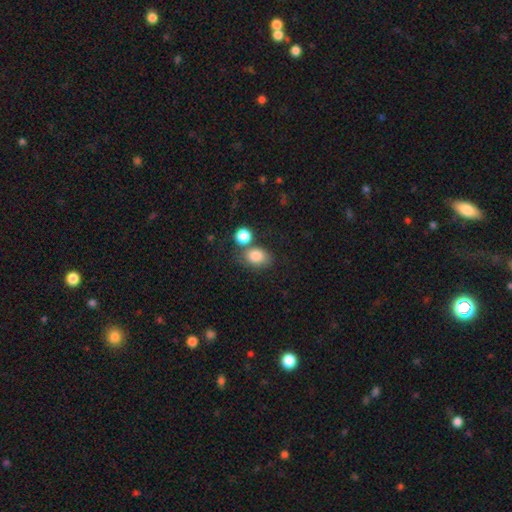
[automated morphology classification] smooth_or_featured: smooth (p=0.84) [alt: star or artifact p=0.09]
how_rounded: in between (p=0.68) [alt: round p=0.30]
merging: none (p=0.55) [alt: merger p=0.23]